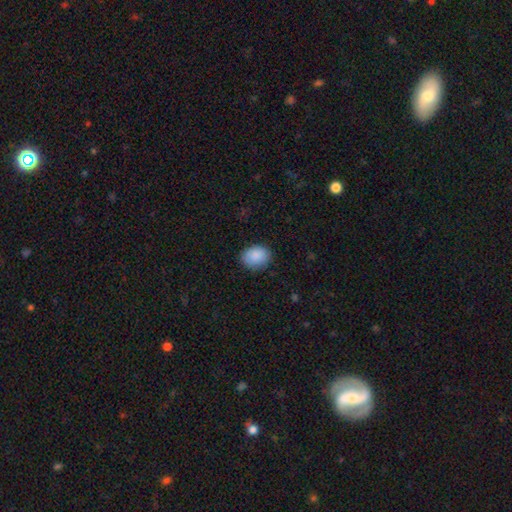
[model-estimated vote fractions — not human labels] A smooth galaxy with no disk features (90%) that is in between round and cigar-shaped (59%).

Vote fractions:
- Smooth or featured? smooth: 90% / star or artifact: 7% / featured or disk: 4%
- How rounded? in between: 59% / round: 41% / cigar-shaped: 1%
- Merging? none: 85% / minor disturbance: 12% / major disturbance: 3% / merger: 1%